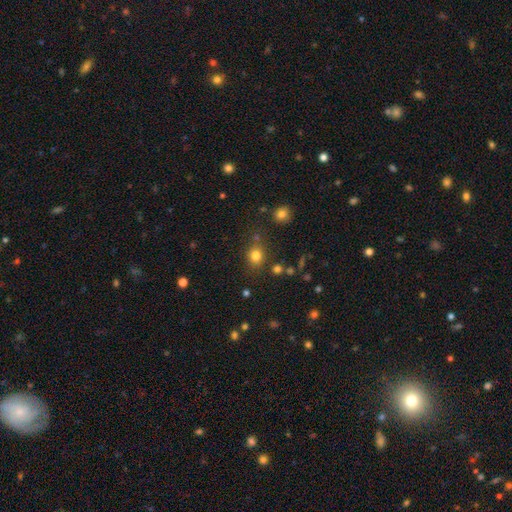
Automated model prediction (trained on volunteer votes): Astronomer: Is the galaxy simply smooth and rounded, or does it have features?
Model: smooth — 78%.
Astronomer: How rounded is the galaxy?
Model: round — 70%.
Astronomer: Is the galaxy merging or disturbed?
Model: none — 77%.